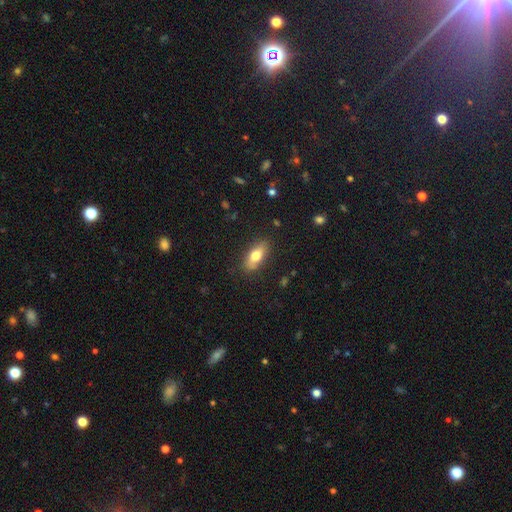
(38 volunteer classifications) This appears to be a smooth galaxy with no disk features (82%) that is in between round and cigar-shaped (77%). Merging: none (67%).